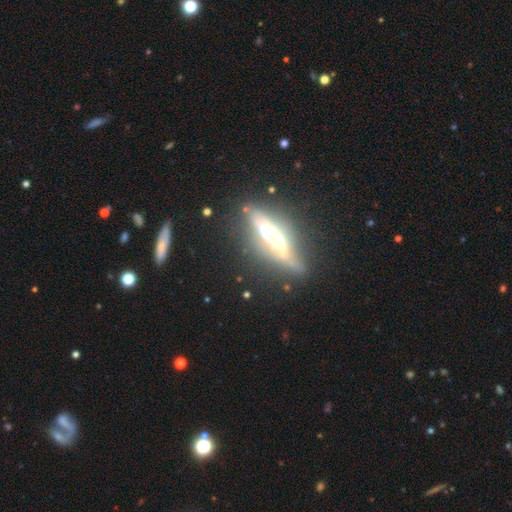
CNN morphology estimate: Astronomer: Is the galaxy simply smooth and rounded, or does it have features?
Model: featured or disk — 65%.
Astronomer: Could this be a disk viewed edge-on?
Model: yes — 89%.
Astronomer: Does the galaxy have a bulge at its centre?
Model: none — 42% (runner-up: rounded, 36%).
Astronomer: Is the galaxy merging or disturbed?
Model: none — 76%.